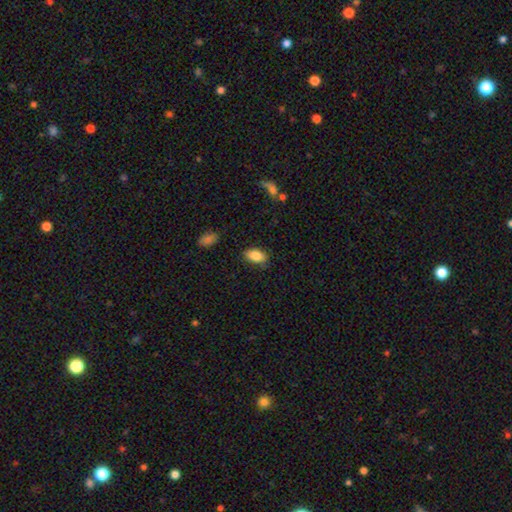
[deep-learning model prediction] This appears to be a smooth galaxy with no disk features (87%) that is in between round and cigar-shaped (92%). Merging: none (82%).